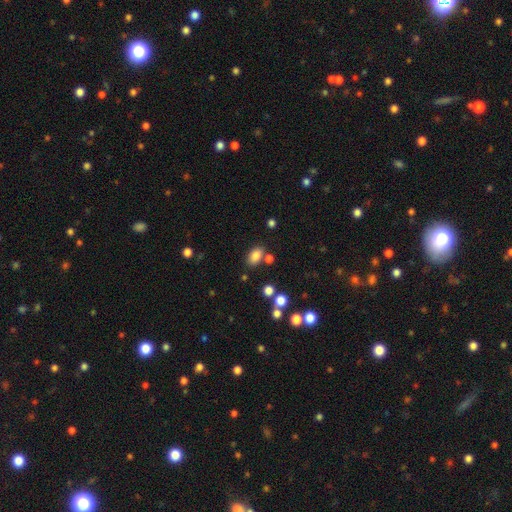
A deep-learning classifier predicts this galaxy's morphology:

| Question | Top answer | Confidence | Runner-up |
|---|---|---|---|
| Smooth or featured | smooth | 82% | star or artifact (11%) |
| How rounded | in between | 85% | round (13%) |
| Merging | none | 73% | minor disturbance (12%) |